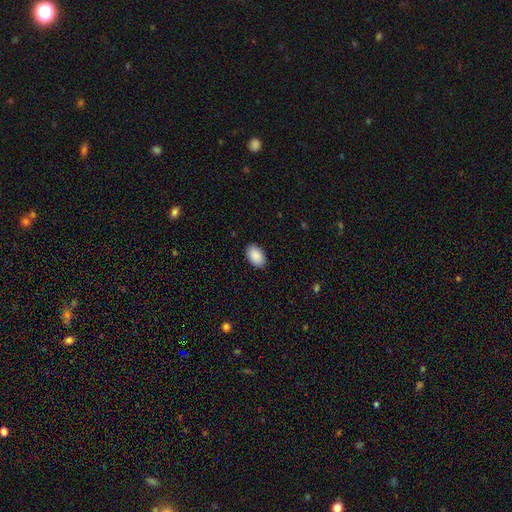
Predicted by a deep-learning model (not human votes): A smooth galaxy with no disk features (91%) that is in between round and cigar-shaped (93%).

Vote fractions:
- Smooth or featured? smooth: 91% / star or artifact: 6% / featured or disk: 3%
- How rounded? in between: 93% / round: 6% / cigar-shaped: 1%
- Merging? none: 89% / minor disturbance: 8% / major disturbance: 2% / merger: 1%